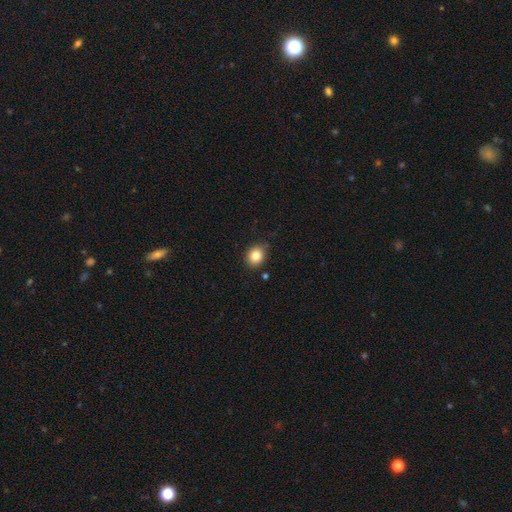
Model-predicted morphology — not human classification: This appears to be a smooth galaxy with no disk features (85%) that is round (66%). Merging: none (81%).